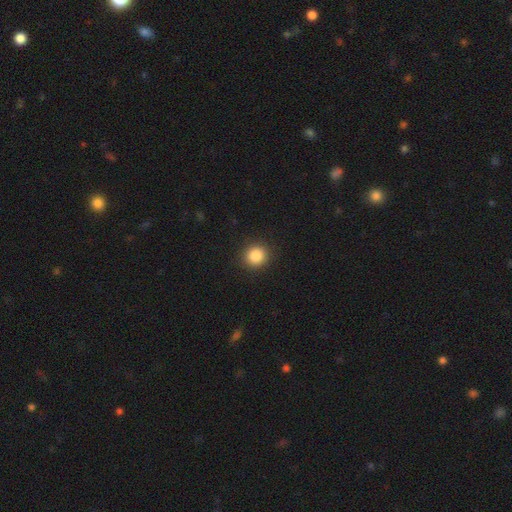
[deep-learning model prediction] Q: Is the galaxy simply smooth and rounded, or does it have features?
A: smooth — 86%.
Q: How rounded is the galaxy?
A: round — 91%.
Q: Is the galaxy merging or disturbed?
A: none — 91%.